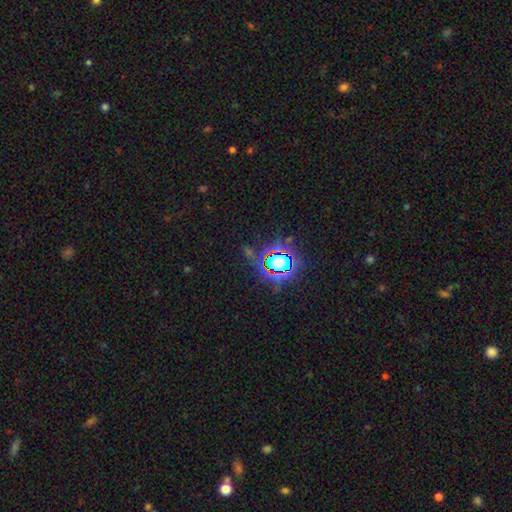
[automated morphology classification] This is likely a star or artifact rather than a galaxy (79%).